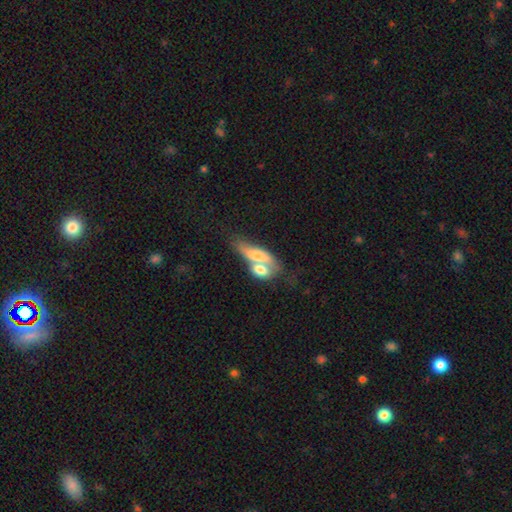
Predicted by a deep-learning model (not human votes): Q: Smooth or featured?
A: smooth (57%); runner-up: featured or disk (35%)
Q: How rounded?
A: in between (65%); runner-up: cigar-shaped (26%)
Q: Merging?
A: merger (62%); runner-up: none (20%)